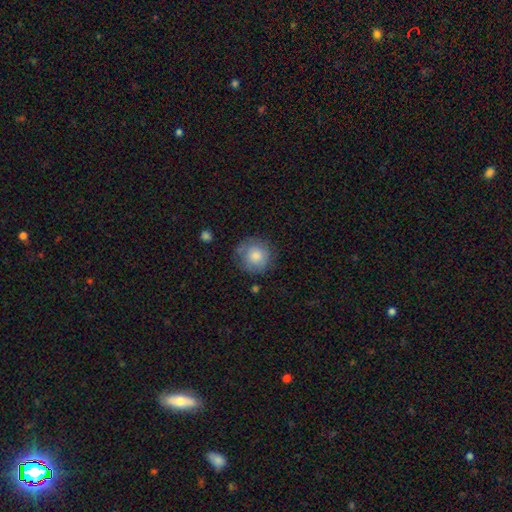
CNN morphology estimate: Q: Smooth or featured?
A: smooth (76%); runner-up: featured or disk (15%)
Q: How rounded?
A: round (93%); runner-up: in between (6%)
Q: Merging?
A: none (75%); runner-up: minor disturbance (18%)